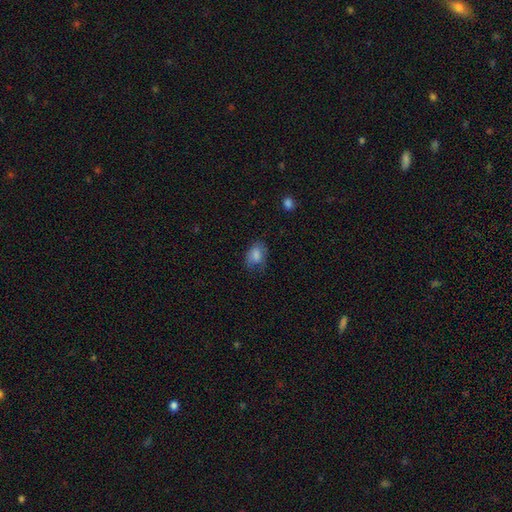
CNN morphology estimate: type=smooth (81%); roundness=in between (78%); merging=none (61%).